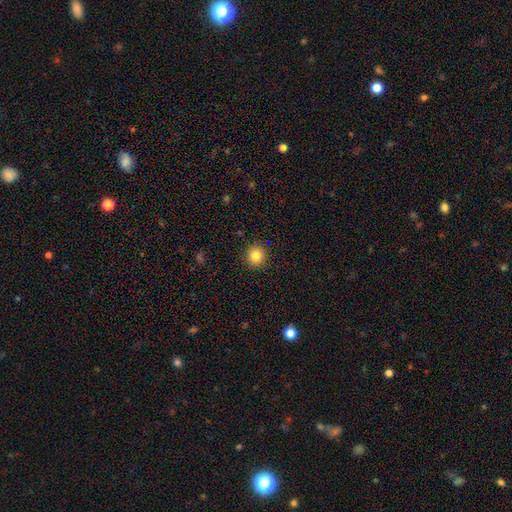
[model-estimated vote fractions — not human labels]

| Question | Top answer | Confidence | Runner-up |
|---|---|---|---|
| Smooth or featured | smooth | 84% | star or artifact (11%) |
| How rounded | round | 93% | in between (6%) |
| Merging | none | 91% | minor disturbance (6%) |